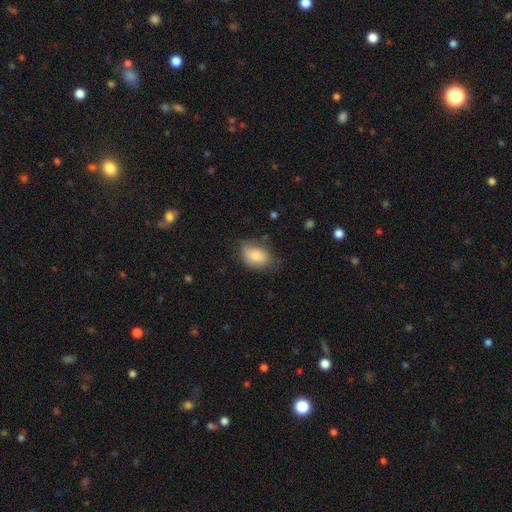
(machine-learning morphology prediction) This is clearly a smooth galaxy (82%). How rounded: clearly in between (82%). Merging: likely none (61%).